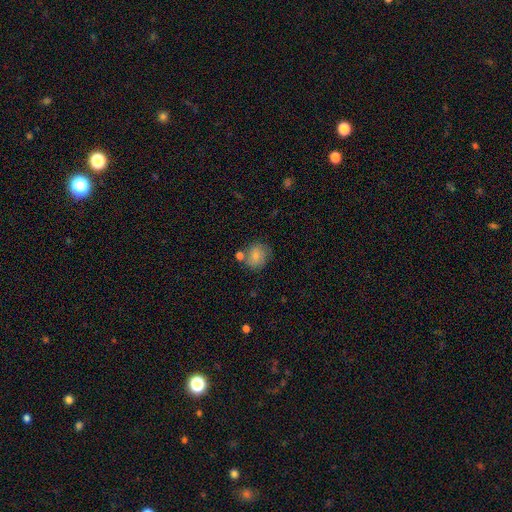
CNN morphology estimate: A smooth galaxy with no disk features (80%) that is round (72%).

Vote fractions:
- Smooth or featured? smooth: 80% / featured or disk: 12% / star or artifact: 9%
- How rounded? round: 72% / in between: 27% / cigar-shaped: 1%
- Merging? none: 62% / minor disturbance: 17% / merger: 15% / major disturbance: 6%